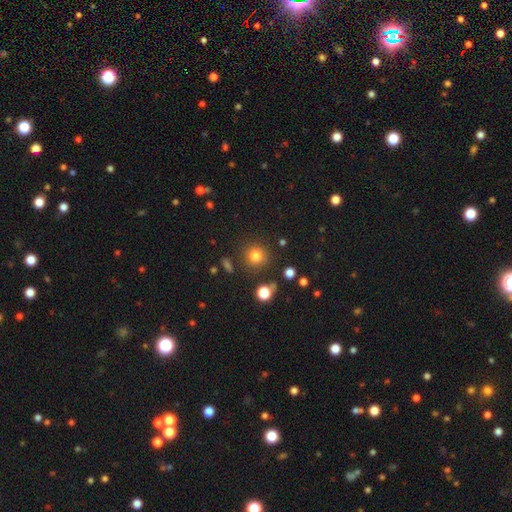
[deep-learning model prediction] smooth 79%, star or artifact 14%, featured or disk 7%. Down the decision tree: how rounded — round (93%); merging — none (84%).